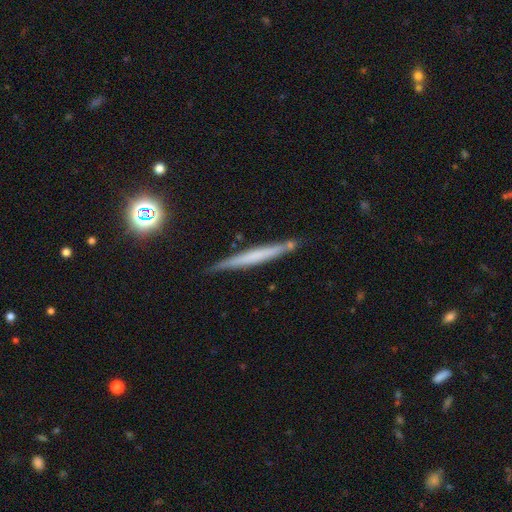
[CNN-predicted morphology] The model was most divided on "smooth or featured": featured or disk: 48%, smooth: 44%, star or artifact: 8%. More confident: merging — none (82%).